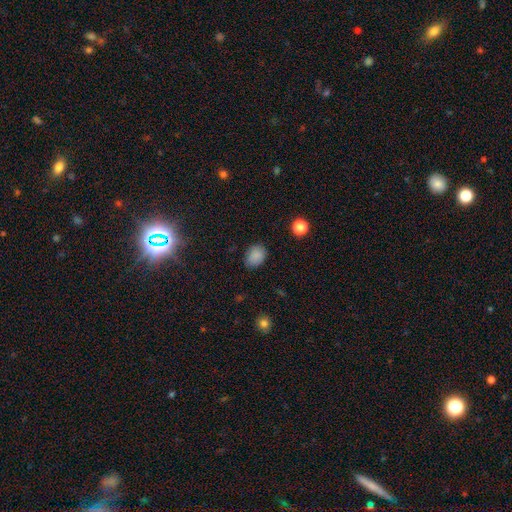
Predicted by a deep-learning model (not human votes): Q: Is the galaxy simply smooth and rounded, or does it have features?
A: smooth — 85%.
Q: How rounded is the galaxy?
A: in between — 65%.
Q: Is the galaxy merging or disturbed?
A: none — 79%.